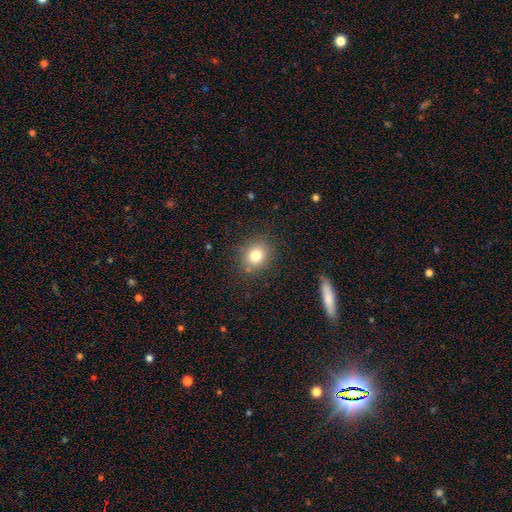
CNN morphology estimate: Smooth or featured? smooth (79%)
How rounded? round (78%)
Merging? none (85%)